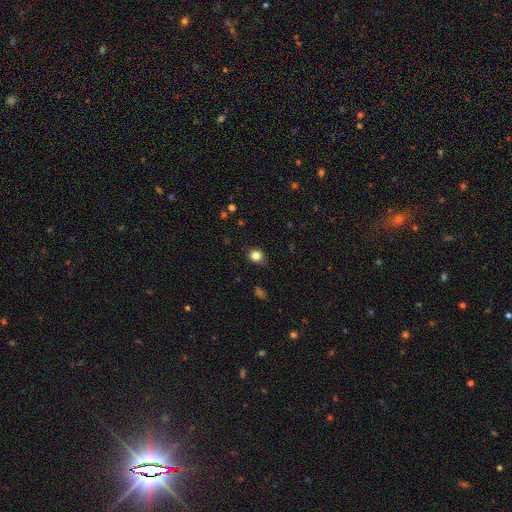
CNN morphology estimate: smooth-or-featured: smooth: 83% | star or artifact: 11% | featured or disk: 5%
  how-rounded: round: 70% | in between: 29% | cigar-shaped: 1%
  merging: none: 85% | minor disturbance: 11% | major disturbance: 3% | merger: 1%